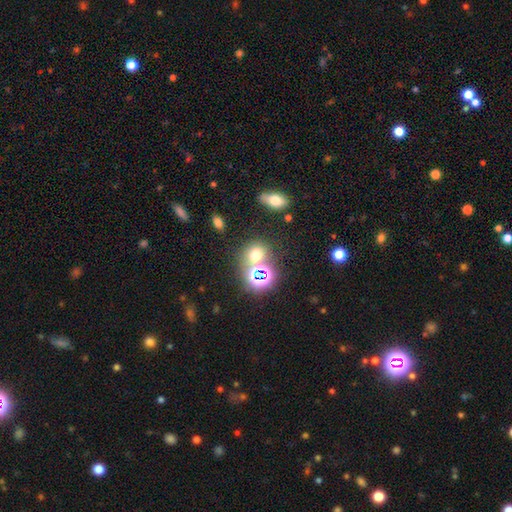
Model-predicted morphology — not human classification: This appears to be a smooth galaxy with no disk features (54%) that is round (71%). Merging: none (62%).